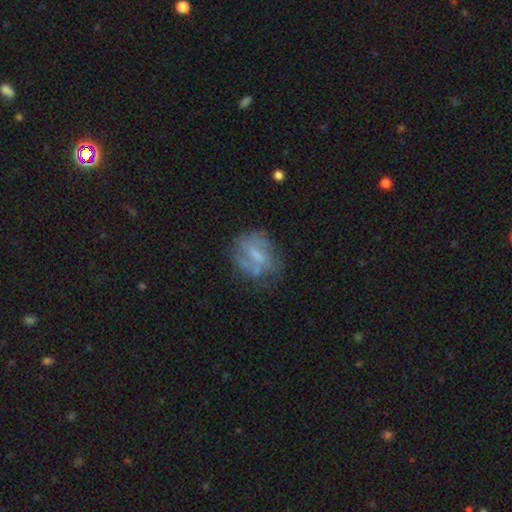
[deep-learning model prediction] Morphology: type=featured or disk (58%); edge-on=no (96%); bar=weak (50%); spiral arms=yes (62%); bulge=small (36%); merging=none (56%).